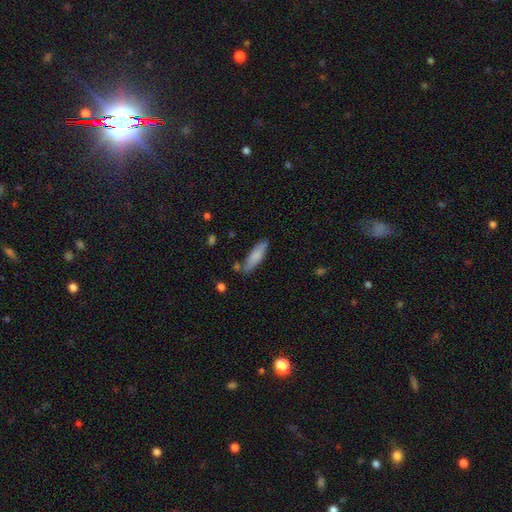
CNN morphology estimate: A smooth galaxy with no disk features (76%) that is cigar-shaped (63%). Merging: none (78%).